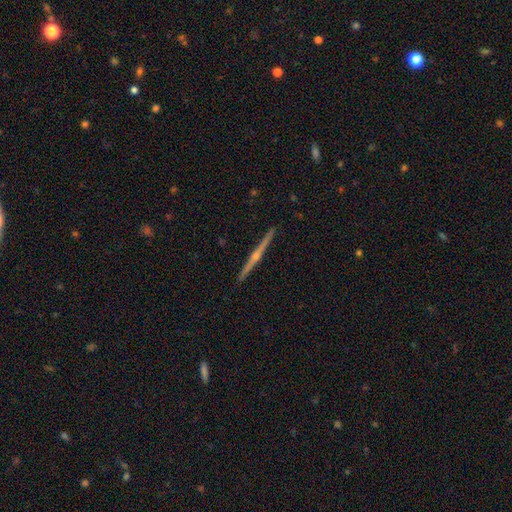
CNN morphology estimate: Smooth or featured? Predicted: featured or disk (p=0.84). Edge-on disk? Predicted: yes (p=0.99). Edge-on bulge? Predicted: rounded (p=0.87). Merging? Predicted: none (p=0.93).